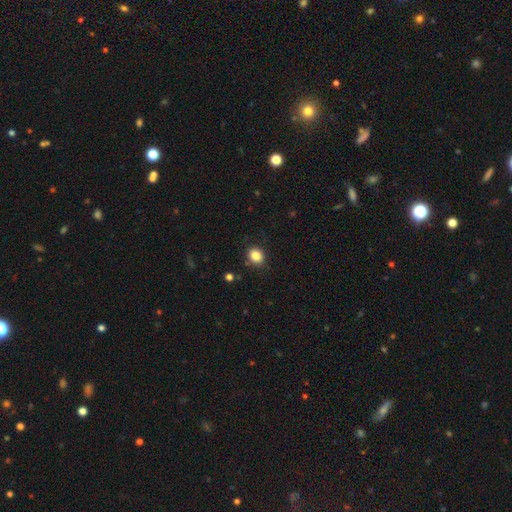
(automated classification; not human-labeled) Smooth or featured?
  - smooth: 85% *
  - star or artifact: 10%
  - featured or disk: 5%
How rounded?
  - round: 64% *
  - in between: 35%
  - cigar-shaped: 1%
Merging?
  - none: 88% *
  - minor disturbance: 8%
  - major disturbance: 2%
  - merger: 1%